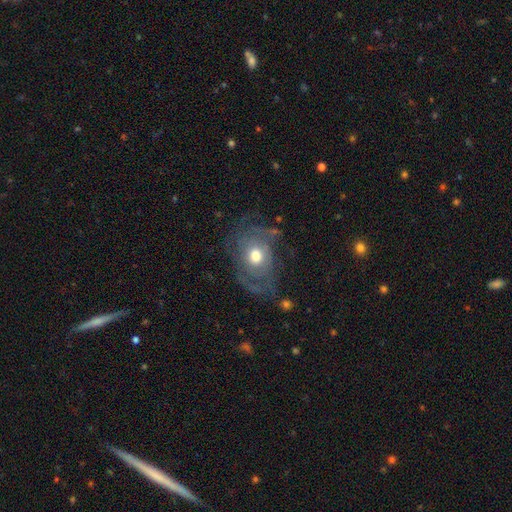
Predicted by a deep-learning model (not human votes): featured or disk 67%, smooth 26%, star or artifact 8%. Down the decision tree: edge-on disk — no (96%); bar — no (82%); spiral arms — yes (73%); bulge size — moderate (68%); merging — none (51%).